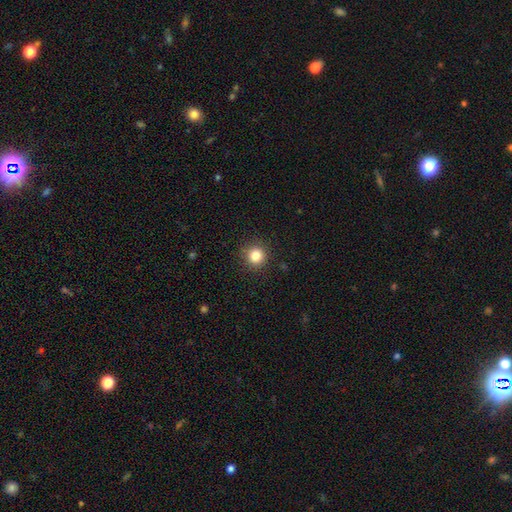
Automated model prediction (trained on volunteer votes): Smooth or featured?
  - smooth: 83% *
  - star or artifact: 12%
  - featured or disk: 5%
How rounded?
  - round: 93% *
  - in between: 6%
  - cigar-shaped: 1%
Merging?
  - none: 91% *
  - minor disturbance: 6%
  - major disturbance: 2%
  - merger: 1%